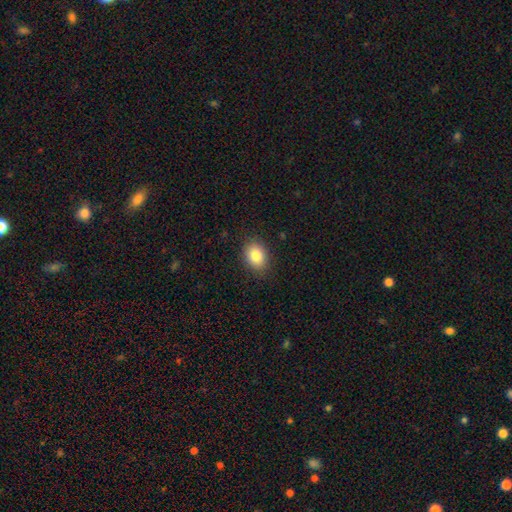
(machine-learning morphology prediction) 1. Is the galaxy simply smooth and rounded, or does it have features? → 83% smooth, 9% star or artifact, 8% featured or disk.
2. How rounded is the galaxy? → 71% in between, 28% round, 1% cigar-shaped.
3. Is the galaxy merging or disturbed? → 87% none, 10% minor disturbance, 2% major disturbance, 1% merger.